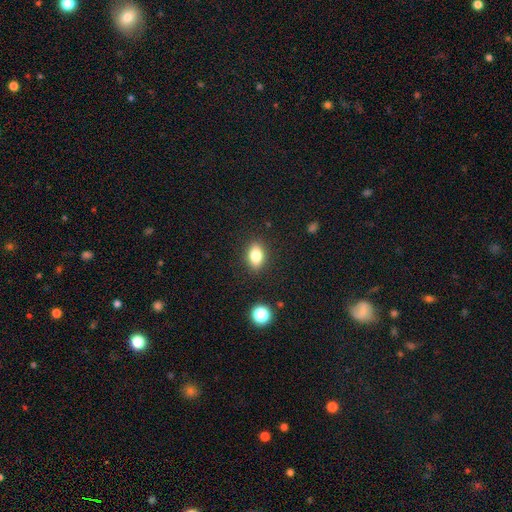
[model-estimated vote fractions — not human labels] This is clearly a smooth galaxy (80%). How rounded: clearly in between (81%). Merging: clearly none (87%).